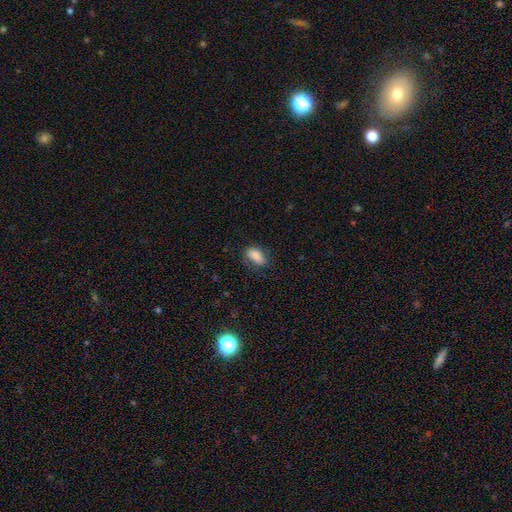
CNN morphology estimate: smooth 85%, star or artifact 8%, featured or disk 8%. Down the decision tree: how rounded — in between (90%); merging — none (70%).